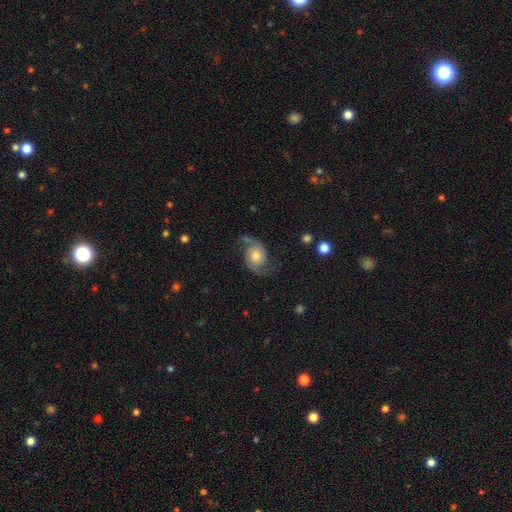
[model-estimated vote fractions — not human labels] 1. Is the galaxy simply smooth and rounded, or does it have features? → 86% featured or disk, 8% smooth, 6% star or artifact.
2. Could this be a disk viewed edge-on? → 98% no, 2% yes.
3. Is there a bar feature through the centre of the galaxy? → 73% no, 23% weak, 4% strong.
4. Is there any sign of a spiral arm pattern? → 97% yes, 3% no.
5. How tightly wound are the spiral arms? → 45% medium, 42% loose, 13% tight.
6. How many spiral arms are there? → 94% 2, 2% can't tell, 1% 1, 1% 3, 1% 4, 1% more than 4.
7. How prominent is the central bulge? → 62% moderate, 17% small, 15% large, 3% none, 2% dominant.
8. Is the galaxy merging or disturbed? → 76% none, 15% minor disturbance, 7% major disturbance, 2% merger.